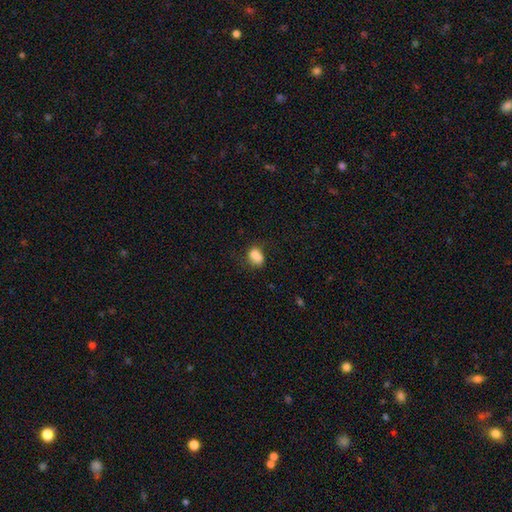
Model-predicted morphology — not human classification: Q: Smooth or featured?
A: smooth (81%); runner-up: star or artifact (10%)
Q: How rounded?
A: in between (67%); runner-up: round (32%)
Q: Merging?
A: none (47%); runner-up: minor disturbance (27%)